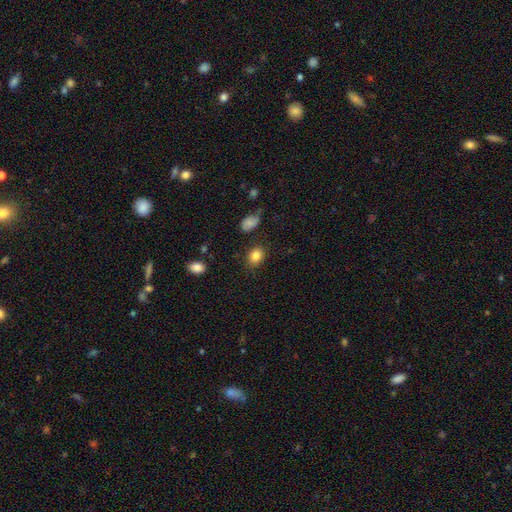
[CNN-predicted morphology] smooth-or-featured: smooth: 84% | star or artifact: 9% | featured or disk: 6%
  how-rounded: in between: 64% | round: 35% | cigar-shaped: 1%
  merging: none: 83% | minor disturbance: 12% | major disturbance: 3% | merger: 2%